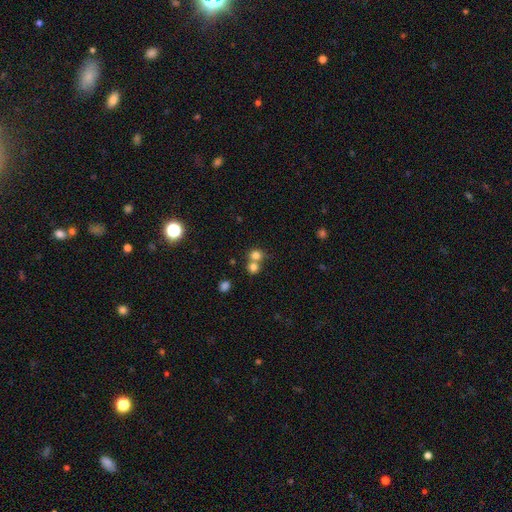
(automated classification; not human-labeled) This appears to be a smooth galaxy with no disk features (77%) that is round (80%). Merging: merger (50%).